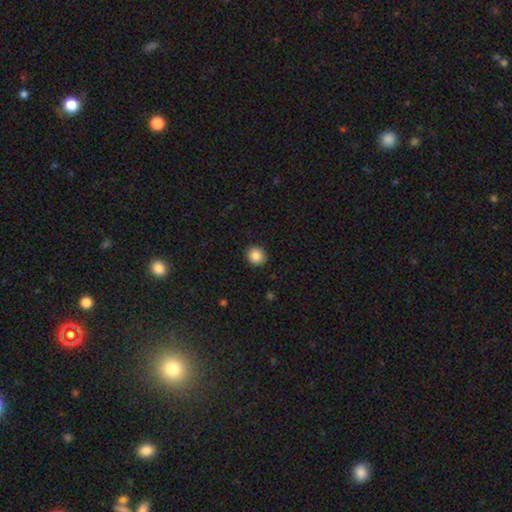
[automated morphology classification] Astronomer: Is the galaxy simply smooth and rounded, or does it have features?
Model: smooth — 86%.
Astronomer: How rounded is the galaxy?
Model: round — 87%.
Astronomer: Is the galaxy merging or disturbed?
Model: none — 91%.